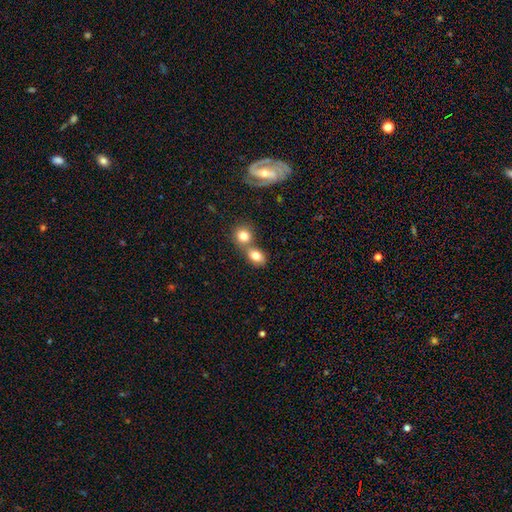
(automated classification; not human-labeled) This is likely a smooth galaxy (80%). How rounded: possibly in between (57%). Merging: possibly merger (50%).